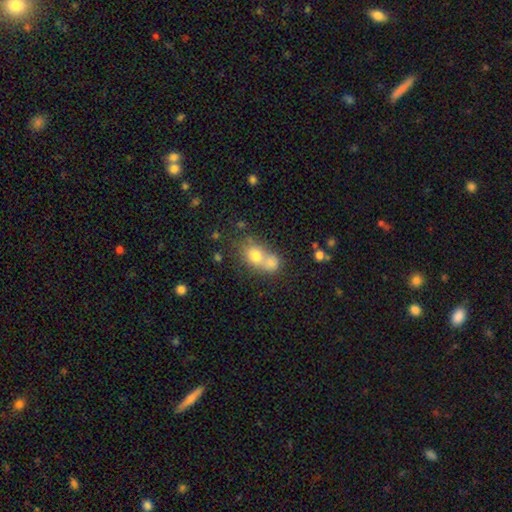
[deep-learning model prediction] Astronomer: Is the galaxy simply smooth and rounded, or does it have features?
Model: smooth — 73%.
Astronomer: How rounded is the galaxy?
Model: round — 55% (runner-up: in between, 44%).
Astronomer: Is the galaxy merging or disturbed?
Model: merger — 65%.